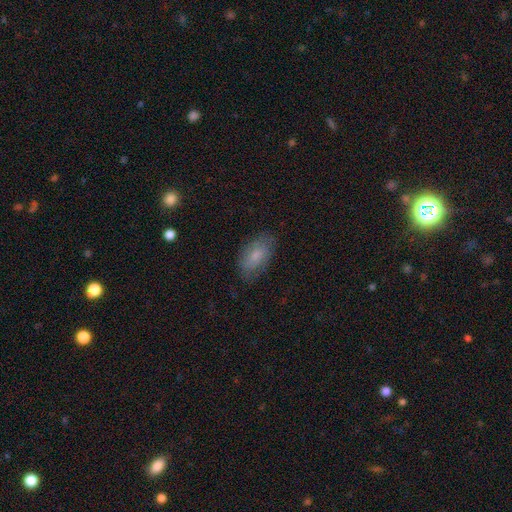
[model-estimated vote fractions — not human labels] smooth_or_featured: smooth (p=0.75) [alt: featured or disk p=0.18]
how_rounded: in between (p=0.92) [alt: round p=0.04]
merging: none (p=0.76) [alt: minor disturbance p=0.18]